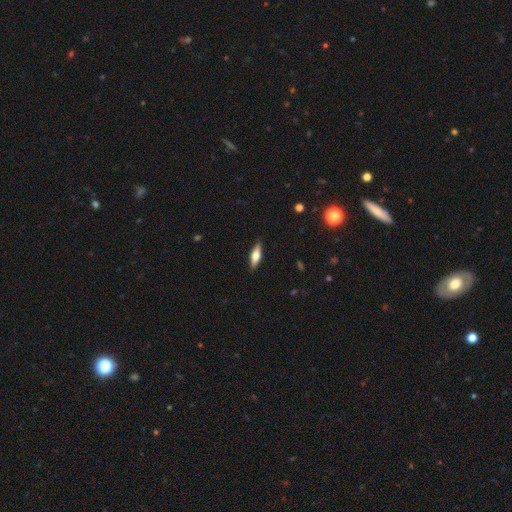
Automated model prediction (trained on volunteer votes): smooth_or_featured: smooth (p=0.53) [alt: featured or disk p=0.40]
how_rounded: cigar-shaped (p=0.49) [tied with: in between p=0.49]
merging: none (p=0.88) [alt: minor disturbance p=0.09]